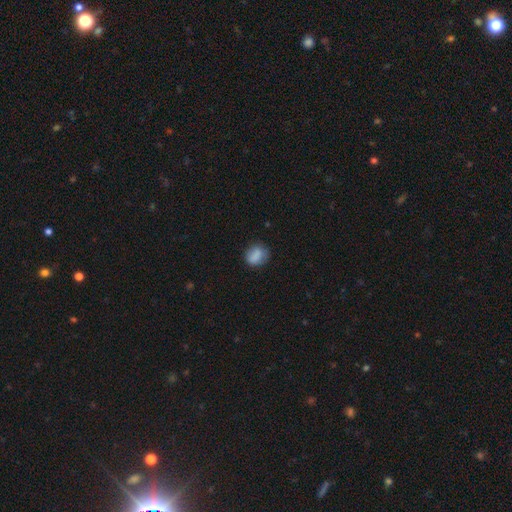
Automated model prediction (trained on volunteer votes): A smooth galaxy with no disk features (82%) that is round (55%).

Vote fractions:
- Smooth or featured? smooth: 82% / featured or disk: 10% / star or artifact: 8%
- How rounded? round: 55% / in between: 44% / cigar-shaped: 2%
- Merging? none: 71% / minor disturbance: 21% / major disturbance: 6% / merger: 2%